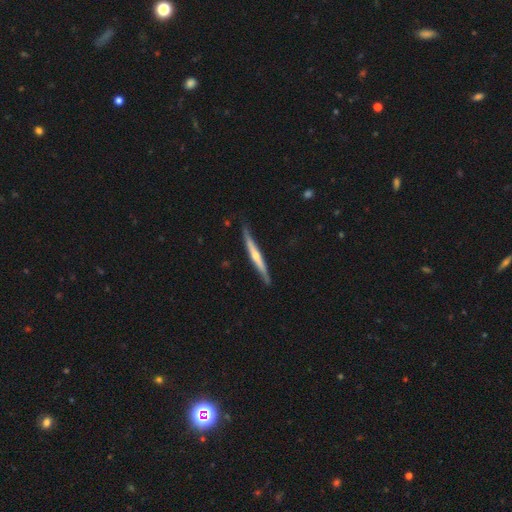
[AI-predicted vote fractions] smooth_or_featured: featured or disk (p=0.63) [alt: smooth p=0.32]
disk_edge_on: yes (p=0.96) [alt: no p=0.04]
edge_on_bulge: rounded (p=0.68) [alt: none p=0.27]
merging: none (p=0.83) [alt: minor disturbance p=0.13]